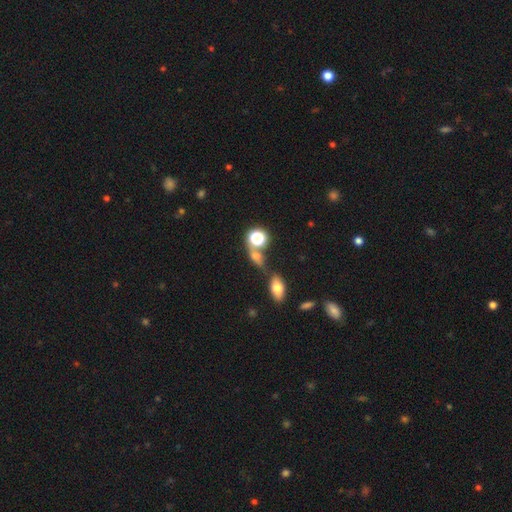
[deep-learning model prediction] Smooth or featured: smooth — 60% (star or artifact — 25%)
How rounded: round — 49% (in between — 41%)
Merging: none — 48% (merger — 31%)